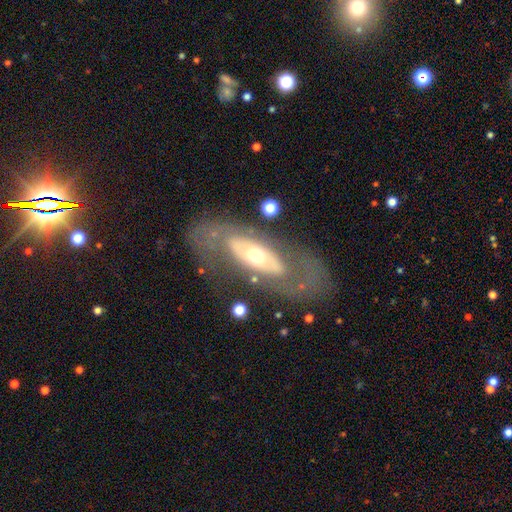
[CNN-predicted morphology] smooth_or_featured: featured or disk (p=0.70) [alt: smooth p=0.24]
disk_edge_on: no (p=0.82) [alt: yes p=0.18]
bar: no (p=0.77) [alt: weak p=0.14]
has_spiral_arms: no (p=0.67) [alt: yes p=0.33]
bulge_size: moderate (p=0.67) [alt: small p=0.18]
merging: none (p=0.69) [alt: minor disturbance p=0.15]